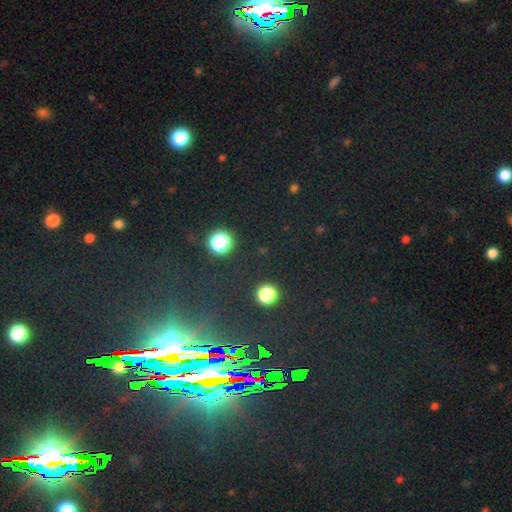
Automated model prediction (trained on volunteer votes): The model was most divided on "smooth or featured": star or artifact: 81%, smooth: 10%, featured or disk: 8%.